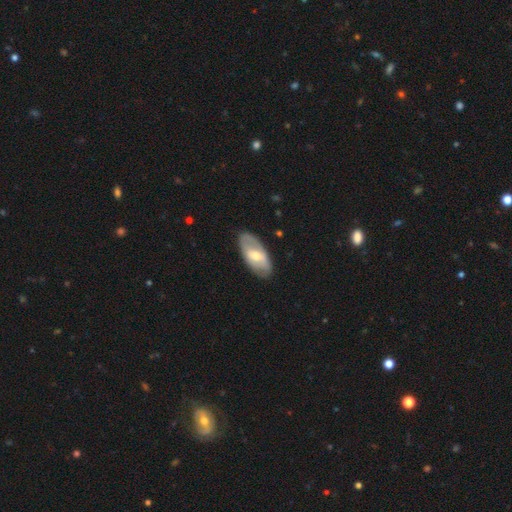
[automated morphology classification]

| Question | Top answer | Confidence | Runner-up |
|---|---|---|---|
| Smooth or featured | featured or disk | 53% | smooth (41%) |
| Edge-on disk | no | 87% | yes (13%) |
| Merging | none | 82% | minor disturbance (13%) |